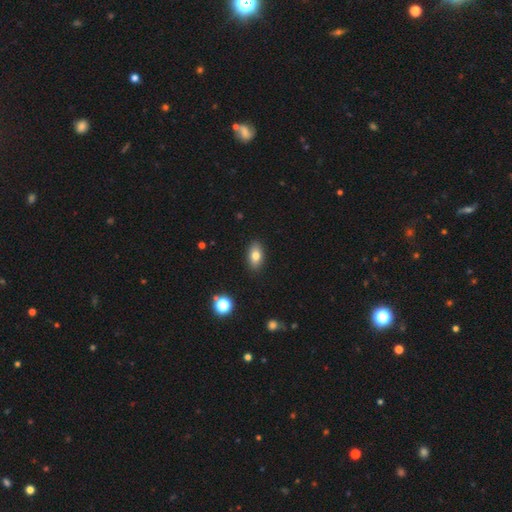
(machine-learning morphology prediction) Smooth or featured? Predicted: smooth (p=0.78). How rounded? Predicted: in between (p=0.87). Merging? Predicted: none (p=0.89).